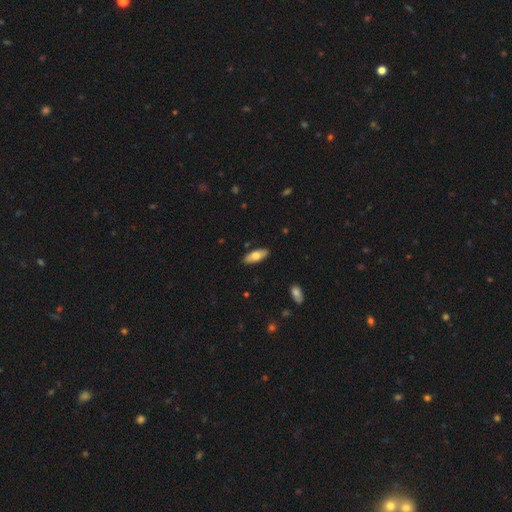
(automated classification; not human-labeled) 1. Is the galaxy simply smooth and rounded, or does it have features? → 71% smooth, 23% featured or disk, 6% star or artifact.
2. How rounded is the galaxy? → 78% in between, 20% cigar-shaped, 2% round.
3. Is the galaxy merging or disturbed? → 88% none, 9% minor disturbance, 2% major disturbance, 1% merger.